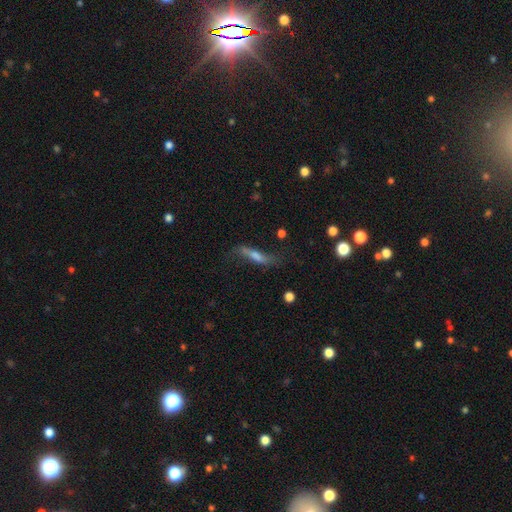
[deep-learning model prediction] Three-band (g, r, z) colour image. It shows a featured or disk galaxy (48%). Merging: none (53%).